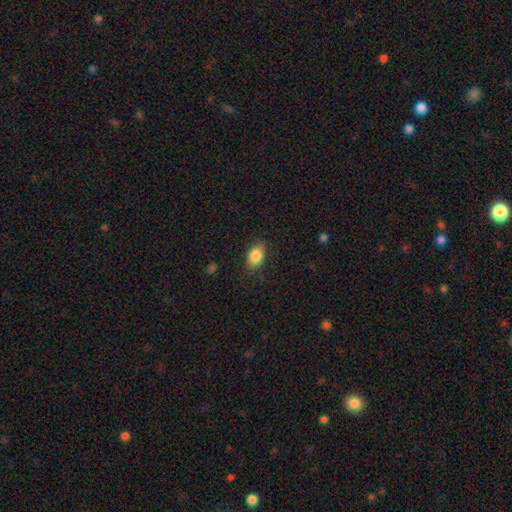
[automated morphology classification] The model was most divided on "merging": none: 83%, minor disturbance: 12%, major disturbance: 3%, merger: 1%. More confident: how rounded — in between (87%); smooth or featured — smooth (86%).